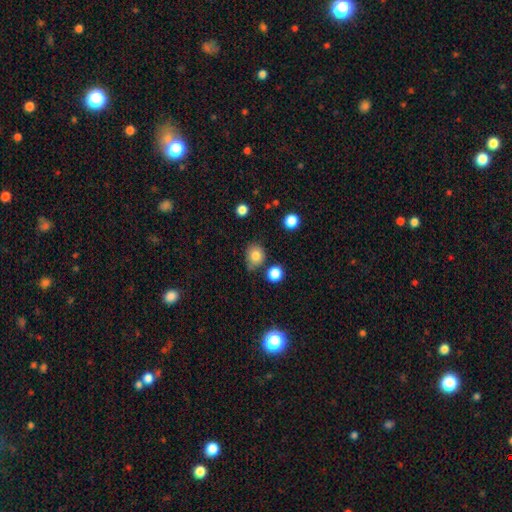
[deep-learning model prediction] A smooth galaxy with no disk features (81%) that is round (68%). Merging: none (66%).